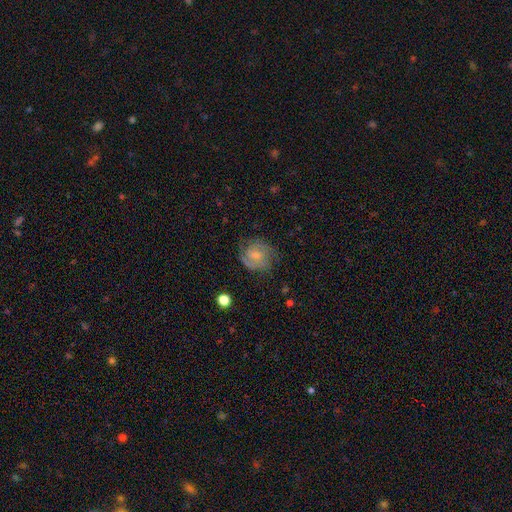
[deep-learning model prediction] A featured or disk galaxy (73%) with no bar (47%), 2 (61%) tight (47%) spiral arms (93%) and a small central bulge (50%).

Vote fractions:
- Smooth or featured? featured or disk: 73% / smooth: 21% / star or artifact: 7%
- Edge-on disk? no: 98% / yes: 2%
- Bar? no: 47% / weak: 45% / strong: 8%
- Spiral arms? yes: 93% / no: 7%
- Spiral winding? tight: 47% / medium: 41% / loose: 12%
- Spiral arm count? 2: 61% / can't tell: 17% / 3: 10% / 1: 7% / 4: 2% / more than 4: 2%
- Bulge size? small: 50% / moderate: 37% / none: 9% / large: 3% / dominant: 1%
- Merging? none: 69% / minor disturbance: 20% / major disturbance: 10% / merger: 2%